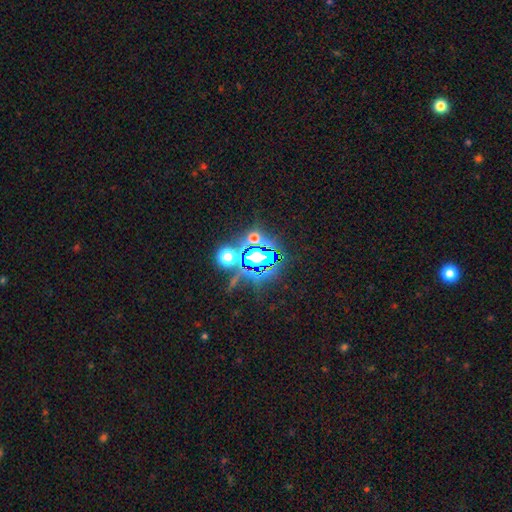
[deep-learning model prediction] star or artifact 67%, smooth 21%, featured or disk 12%.